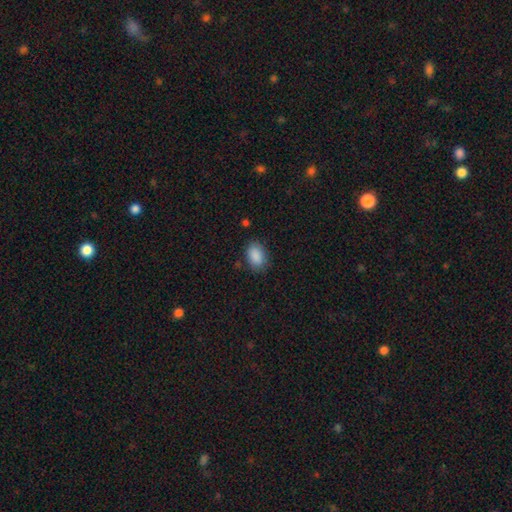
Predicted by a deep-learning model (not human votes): smooth_or_featured: smooth (p=0.89) [alt: star or artifact p=0.07]
how_rounded: in between (p=0.86) [alt: round p=0.13]
merging: none (p=0.81) [alt: minor disturbance p=0.14]